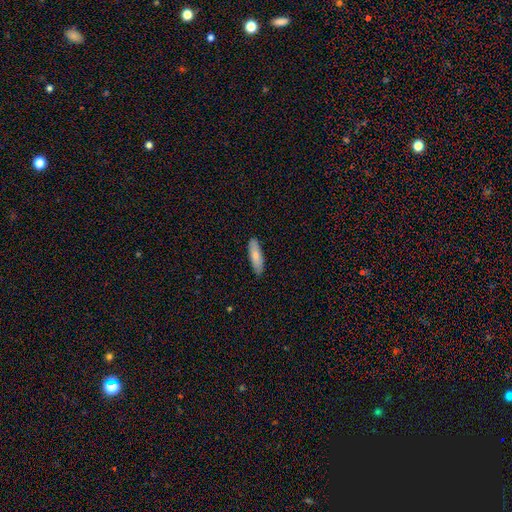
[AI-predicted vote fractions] Smooth or featured? smooth (79%)
How rounded? cigar-shaped (52%)
Merging? none (87%)